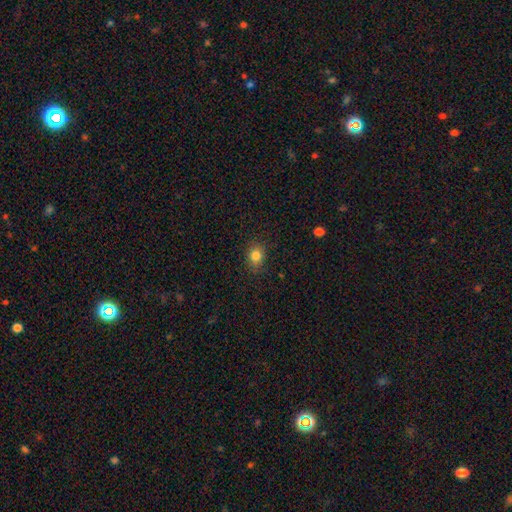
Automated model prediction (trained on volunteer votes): smooth-or-featured: smooth: 82% | star or artifact: 12% | featured or disk: 6%
  how-rounded: round: 60% | in between: 39% | cigar-shaped: 1%
  merging: none: 83% | minor disturbance: 13% | major disturbance: 3% | merger: 1%